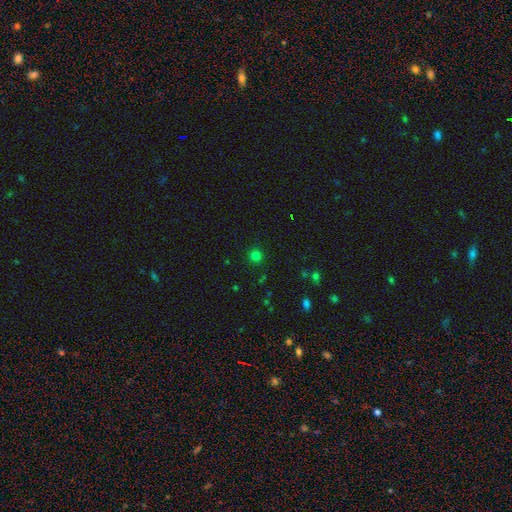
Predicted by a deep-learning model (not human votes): Smooth or featured: smooth — 77% (star or artifact — 19%)
How rounded: round — 95% (in between — 4%)
Merging: none — 91% (minor disturbance — 6%)